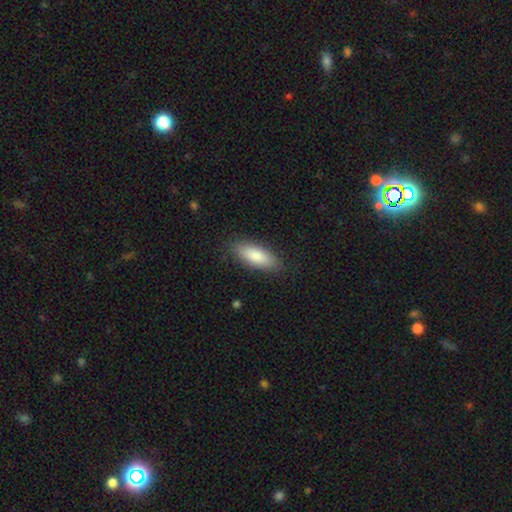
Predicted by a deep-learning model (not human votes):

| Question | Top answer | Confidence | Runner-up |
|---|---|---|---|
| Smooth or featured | smooth | 82% | featured or disk (12%) |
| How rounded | in between | 66% | cigar-shaped (32%) |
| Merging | none | 88% | minor disturbance (9%) |